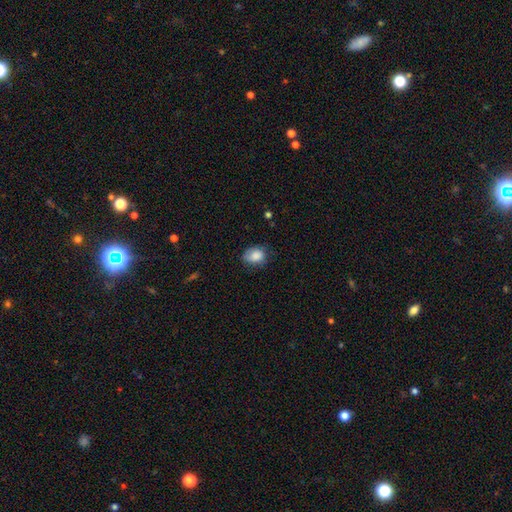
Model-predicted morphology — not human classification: smooth-or-featured: smooth: 85% | star or artifact: 8% | featured or disk: 8%
  how-rounded: in between: 62% | round: 37% | cigar-shaped: 1%
  merging: none: 60% | minor disturbance: 31% | major disturbance: 8% | merger: 1%